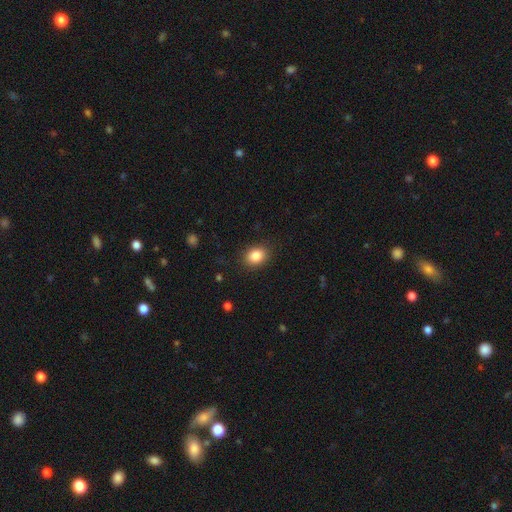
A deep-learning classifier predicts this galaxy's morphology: Overall: smooth (85%). How rounded: in between (56%; round 43%). Merging: none (87%).